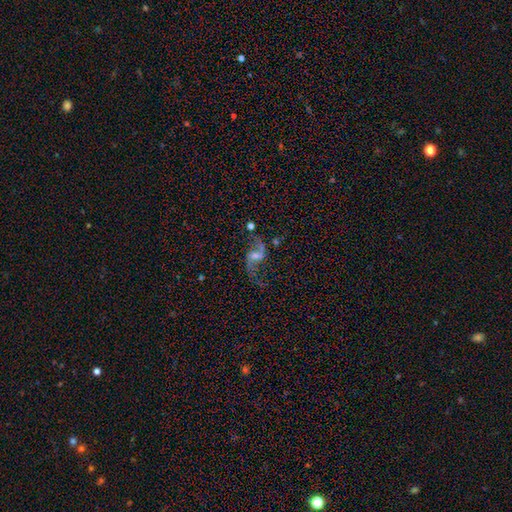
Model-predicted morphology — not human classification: type=featured or disk (85%); edge-on=no (97%); bar=weak (51%); spiral arms=yes (95%); winding=loose (85%); arm count=2 (92%); bulge=small (45%); merging=none (66%).